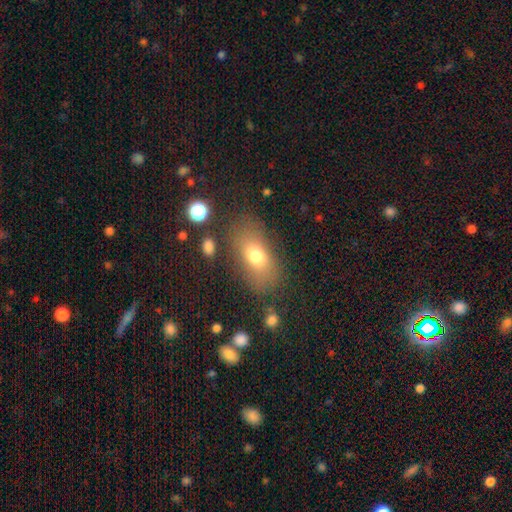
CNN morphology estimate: Q: Smooth or featured?
A: smooth (71%); runner-up: featured or disk (18%)
Q: How rounded?
A: in between (85%); runner-up: round (10%)
Q: Merging?
A: none (72%); runner-up: minor disturbance (16%)